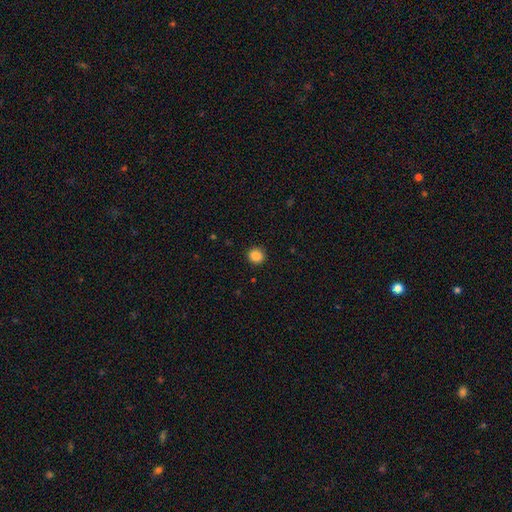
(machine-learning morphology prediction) Smooth or featured? smooth (86%)
How rounded? round (91%)
Merging? none (92%)